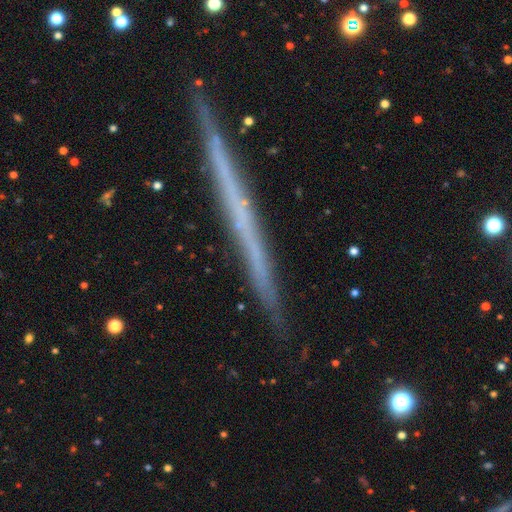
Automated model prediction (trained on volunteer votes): The model was most divided on "smooth or featured": featured or disk: 67%, smooth: 26%, star or artifact: 7%. More confident: edge-on disk — yes (97%); edge-on bulge — none (91%); merging — none (89%).